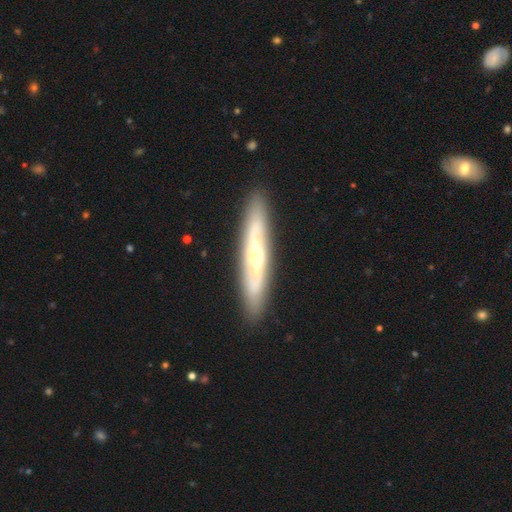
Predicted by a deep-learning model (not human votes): This is likely a featured or disk galaxy (63%). It is possibly viewed edge-on (60%). Merging: clearly none (87%).